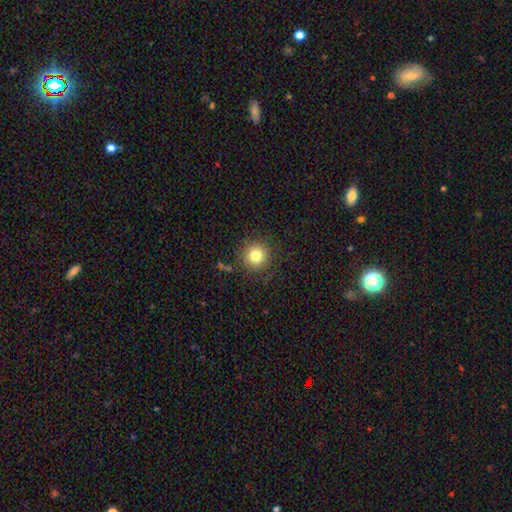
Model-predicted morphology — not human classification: A smooth galaxy with no disk features (79%) that is round (96%).

Vote fractions:
- Smooth or featured? smooth: 79% / star or artifact: 13% / featured or disk: 8%
- How rounded? round: 96% / in between: 3% / cigar-shaped: 1%
- Merging? none: 88% / minor disturbance: 7% / major disturbance: 3% / merger: 2%